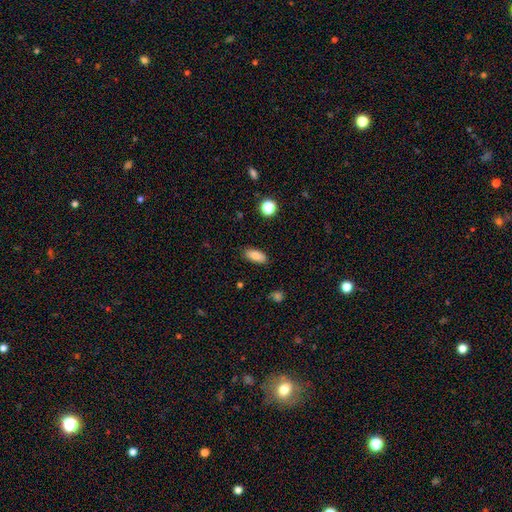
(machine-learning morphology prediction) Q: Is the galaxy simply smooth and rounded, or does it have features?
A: smooth — 86%.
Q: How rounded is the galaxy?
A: in between — 85%.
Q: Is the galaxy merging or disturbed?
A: none — 87%.